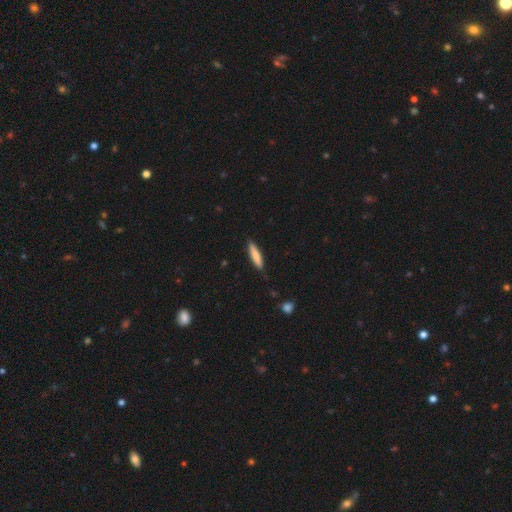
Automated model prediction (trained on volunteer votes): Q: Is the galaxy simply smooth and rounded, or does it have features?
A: smooth — 77%.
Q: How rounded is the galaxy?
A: cigar-shaped — 85%.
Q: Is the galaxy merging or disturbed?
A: none — 87%.